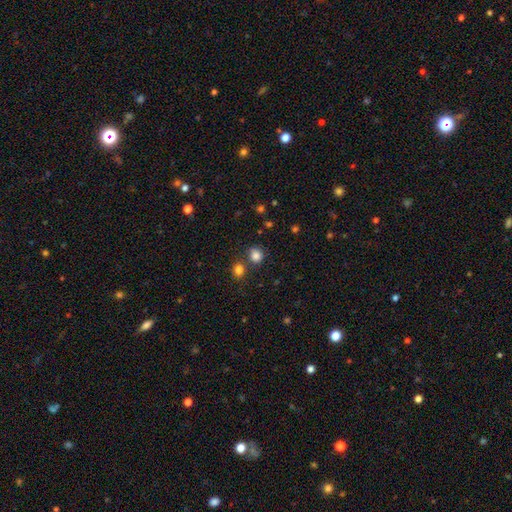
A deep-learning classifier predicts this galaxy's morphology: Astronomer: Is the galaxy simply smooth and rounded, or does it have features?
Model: smooth — 83%.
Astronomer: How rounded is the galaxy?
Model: round — 79%.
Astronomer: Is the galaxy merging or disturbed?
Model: none — 72%.